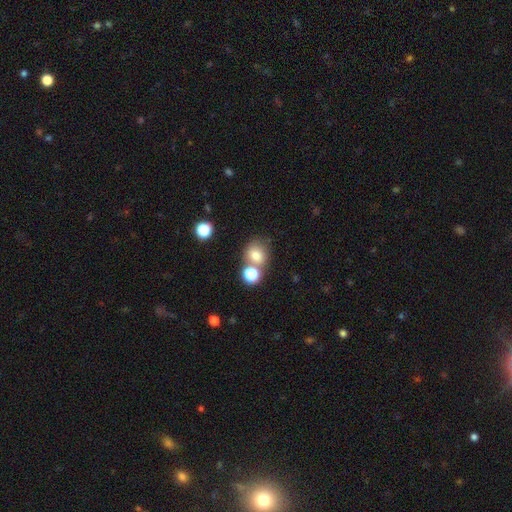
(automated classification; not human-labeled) Morphology: type=smooth (75%); roundness=round (77%); merging=none (58%).